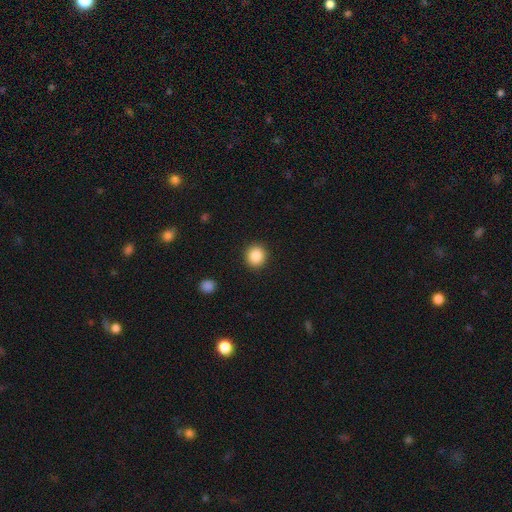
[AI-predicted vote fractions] This appears to be a smooth galaxy with no disk features (87%) that is round (90%). Merging: none (92%).